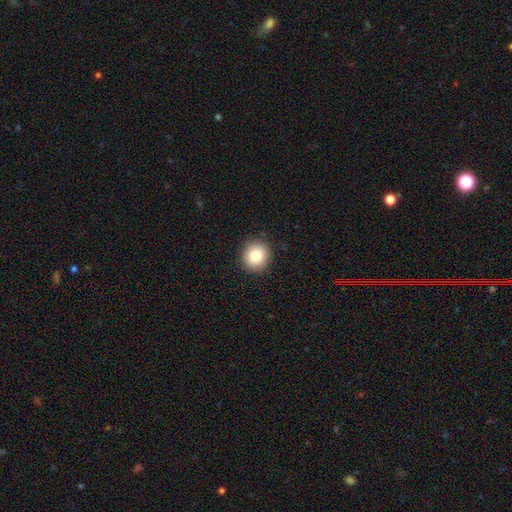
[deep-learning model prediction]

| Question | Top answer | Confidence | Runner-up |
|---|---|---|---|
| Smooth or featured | smooth | 84% | star or artifact (9%) |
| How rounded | round | 86% | in between (13%) |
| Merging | none | 90% | minor disturbance (7%) |